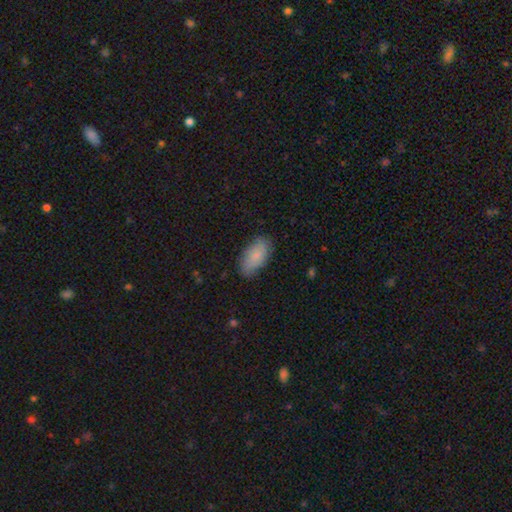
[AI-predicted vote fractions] Q: Smooth or featured?
A: smooth (83%); runner-up: featured or disk (11%)
Q: How rounded?
A: in between (92%); runner-up: cigar-shaped (6%)
Q: Merging?
A: none (81%); runner-up: minor disturbance (15%)